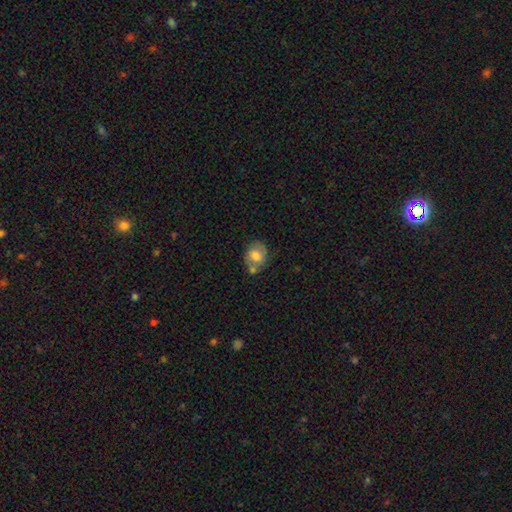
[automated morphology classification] Smooth or featured? smooth (70%)
How rounded? round (55%)
Merging? none (50%)